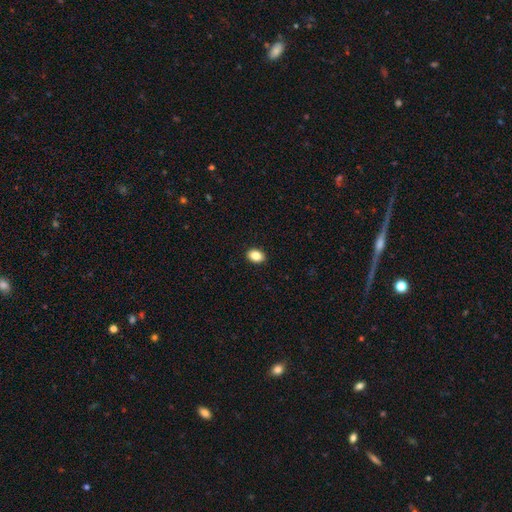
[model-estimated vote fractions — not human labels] Overall: smooth (87%). How rounded: in between (75%). Merging: none (91%).